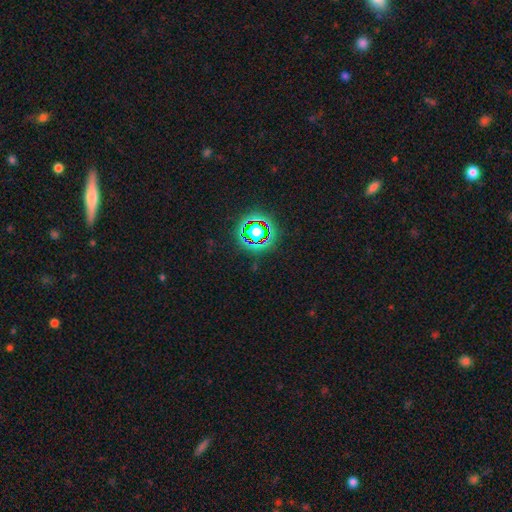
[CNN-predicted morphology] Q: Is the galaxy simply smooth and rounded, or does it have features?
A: star or artifact — 79%.